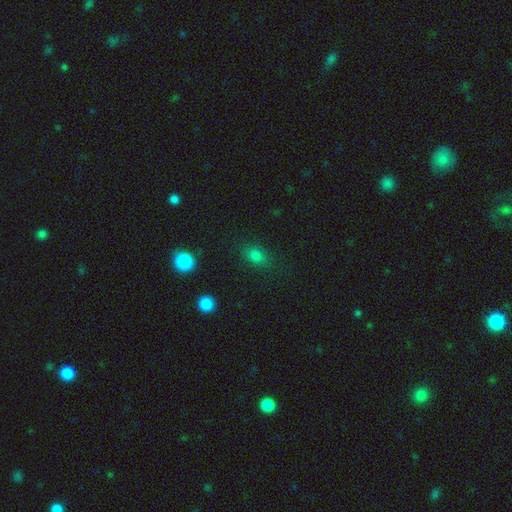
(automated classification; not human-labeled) smooth 80%, star or artifact 14%, featured or disk 6%. Down the decision tree: how rounded — in between (61%); merging — none (84%).